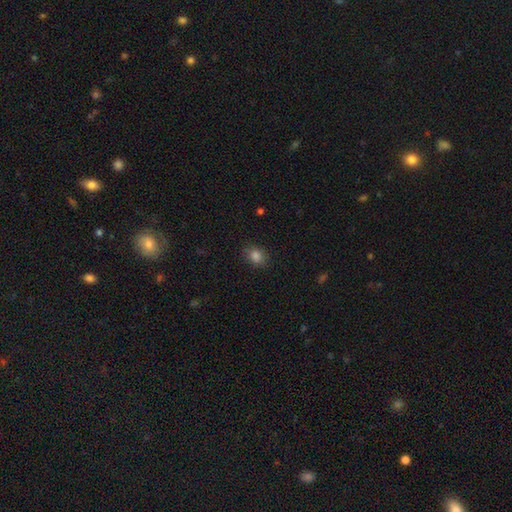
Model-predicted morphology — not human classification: smooth_or_featured: smooth (p=0.85) [alt: star or artifact p=0.11]
how_rounded: in between (p=0.56) [alt: round p=0.43]
merging: none (p=0.82) [alt: minor disturbance p=0.13]